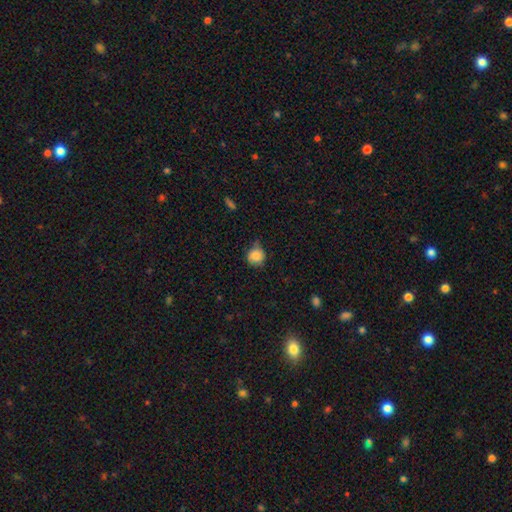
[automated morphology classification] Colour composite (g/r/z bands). It shows a smooth galaxy with no disk features (84%) that is round (88%). Merging: none (63%).